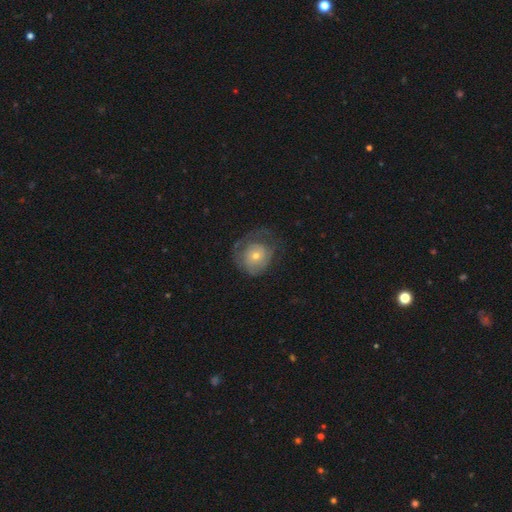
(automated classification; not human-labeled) A featured or disk galaxy (51%).

Vote fractions:
- Smooth or featured? featured or disk: 51% / smooth: 41% / star or artifact: 8%
- Edge-on disk? no: 97% / yes: 3%
- Merging? none: 49% / major disturbance: 28% / minor disturbance: 22% / merger: 1%